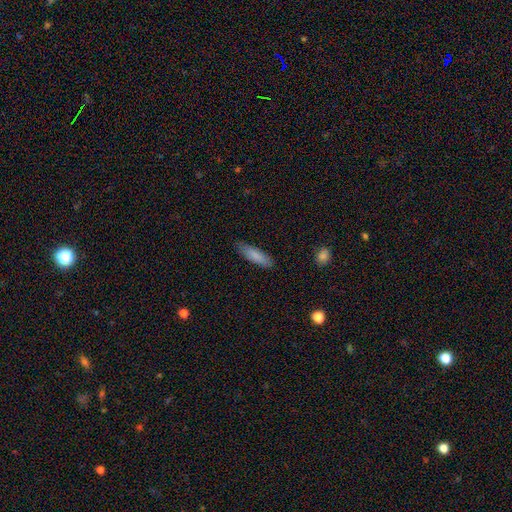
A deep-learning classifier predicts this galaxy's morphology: type=smooth (84%); roundness=cigar-shaped (62%); merging=none (84%).